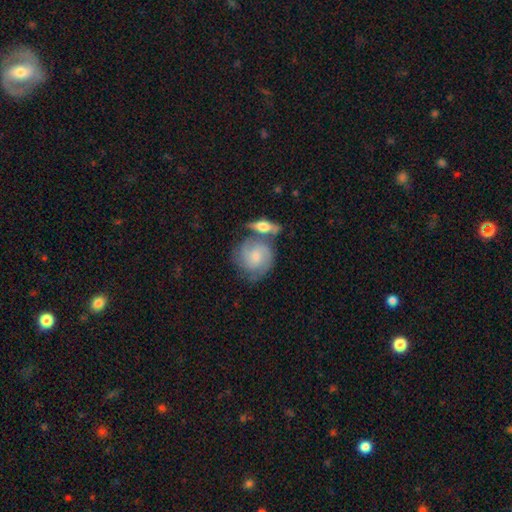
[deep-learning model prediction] The model was most divided on "spiral arm count": 2: 35%, can't tell: 28%, 3: 23%, 4: 6%, 1: 5%, more than 4: 4%. Remaining: edge-on disk — no (95%); spiral arms — yes (90%); bar — no (69%); smooth or featured — featured or disk (63%); bulge size — small (56%); spiral winding — tight (56%); merging — none (47%).